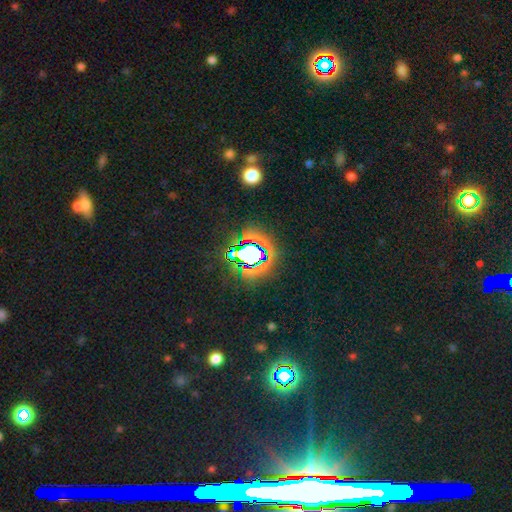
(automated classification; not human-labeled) A star or artifact, not a galaxy (78%).